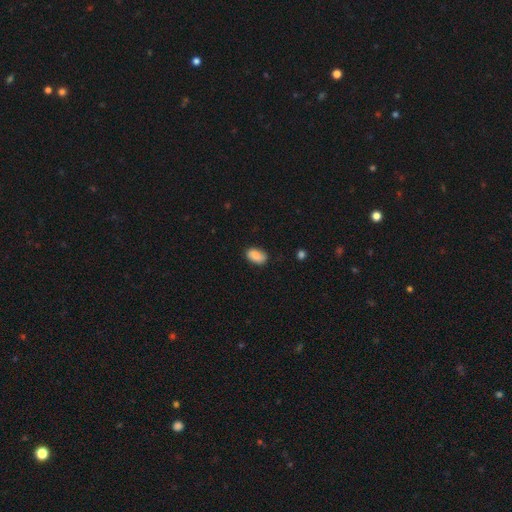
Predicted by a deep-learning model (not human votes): Smooth or featured? Predicted: smooth (p=0.85). How rounded? Predicted: in between (p=0.89). Merging? Predicted: none (p=0.81).